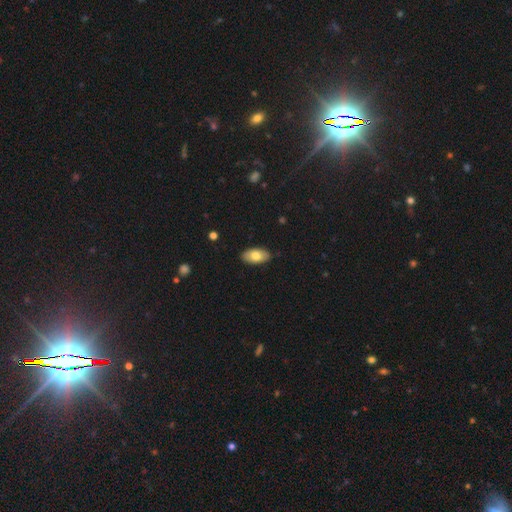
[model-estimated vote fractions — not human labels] A smooth galaxy with no disk features (77%) that is in between round and cigar-shaped (94%).

Vote fractions:
- Smooth or featured? smooth: 77% / featured or disk: 17% / star or artifact: 6%
- How rounded? in between: 94% / round: 3% / cigar-shaped: 3%
- Merging? none: 87% / minor disturbance: 10% / major disturbance: 2% / merger: 1%